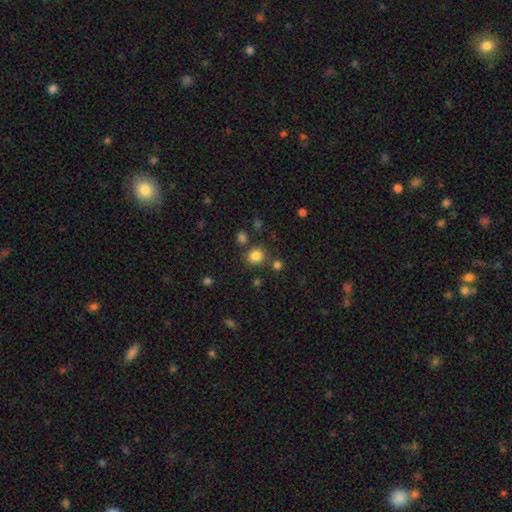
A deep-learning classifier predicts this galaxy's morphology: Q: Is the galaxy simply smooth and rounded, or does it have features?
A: smooth — 82%.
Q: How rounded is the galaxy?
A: round — 83%.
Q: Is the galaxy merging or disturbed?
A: none — 80%.